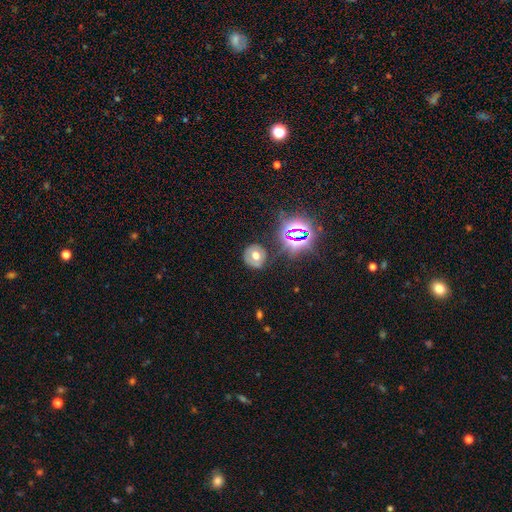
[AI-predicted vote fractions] Overall: smooth (47%; featured or disk 31%). Merging: none (78%).